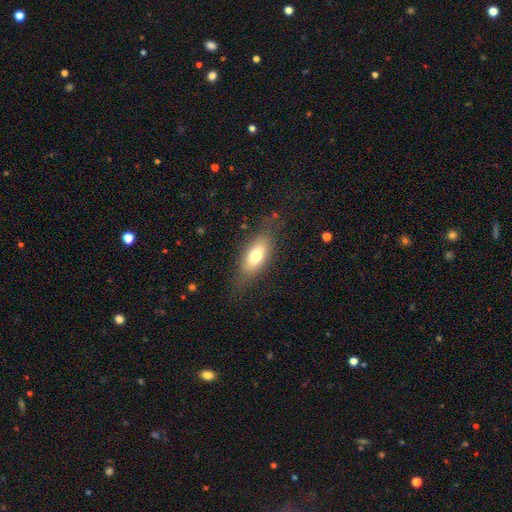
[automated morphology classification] Smooth or featured?
  - smooth: 70% *
  - featured or disk: 22%
  - star or artifact: 8%
How rounded?
  - in between: 79% *
  - cigar-shaped: 17%
  - round: 5%
Merging?
  - none: 75% *
  - minor disturbance: 17%
  - major disturbance: 7%
  - merger: 1%